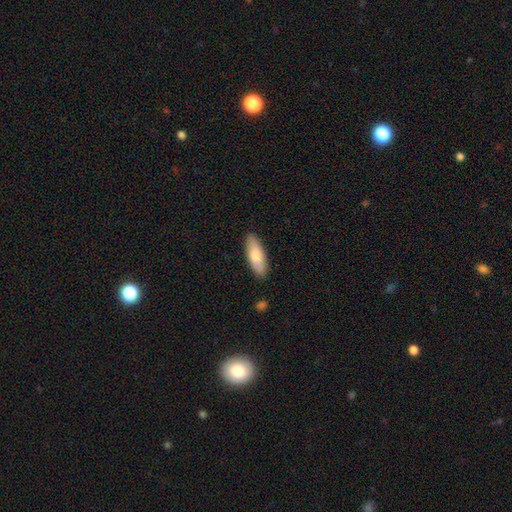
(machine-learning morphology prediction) Smooth or featured? Predicted: smooth (p=0.80). How rounded? Predicted: in between (p=0.59). Merging? Predicted: none (p=0.88).